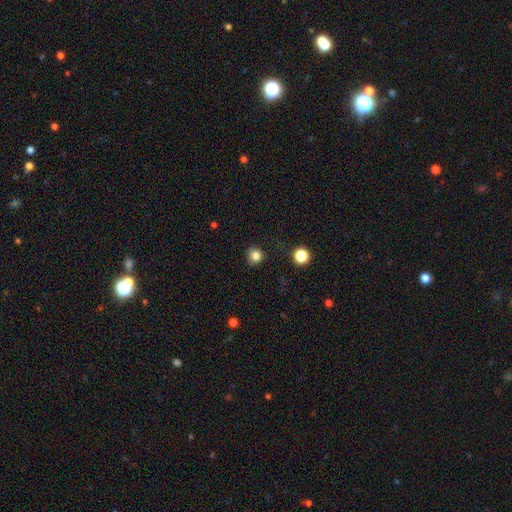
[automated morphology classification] This is clearly a smooth galaxy (83%). How rounded: clearly round (89%). Merging: clearly none (84%).